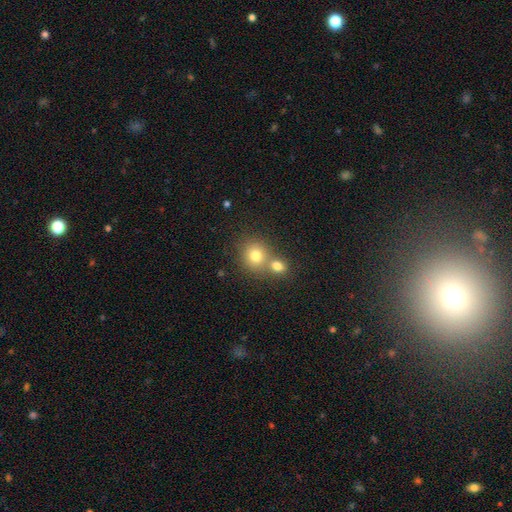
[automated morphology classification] Smooth or featured: smooth — 78% (star or artifact — 12%)
How rounded: round — 79% (in between — 20%)
Merging: none — 47% (merger — 44%)